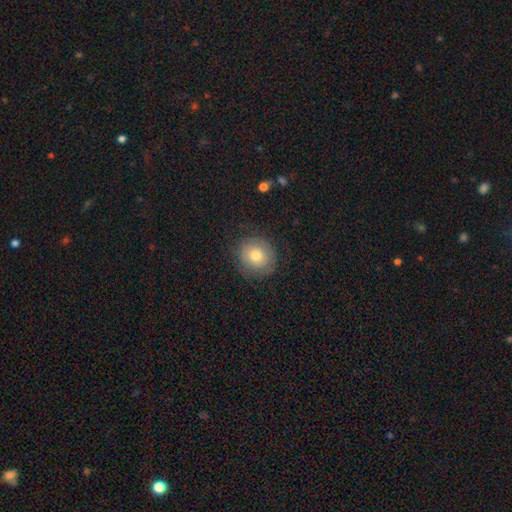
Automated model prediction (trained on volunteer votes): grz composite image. It shows a smooth galaxy with no disk features (71%) that is round (82%). Merging: none (80%).